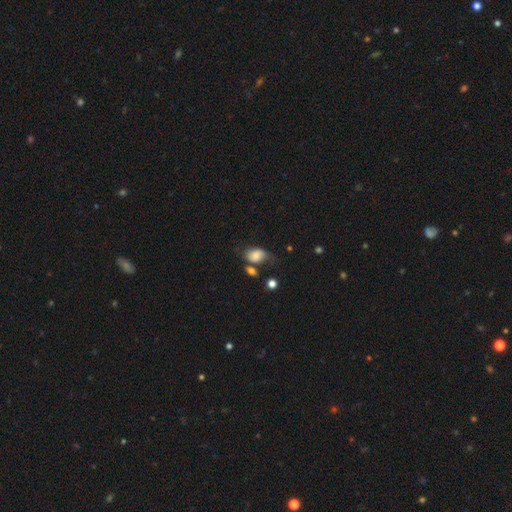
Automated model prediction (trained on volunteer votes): smooth-or-featured: smooth: 74% | featured or disk: 17% | star or artifact: 9%
  how-rounded: in between: 78% | round: 21% | cigar-shaped: 1%
  merging: none: 37% | minor disturbance: 30% | major disturbance: 18% | merger: 14%